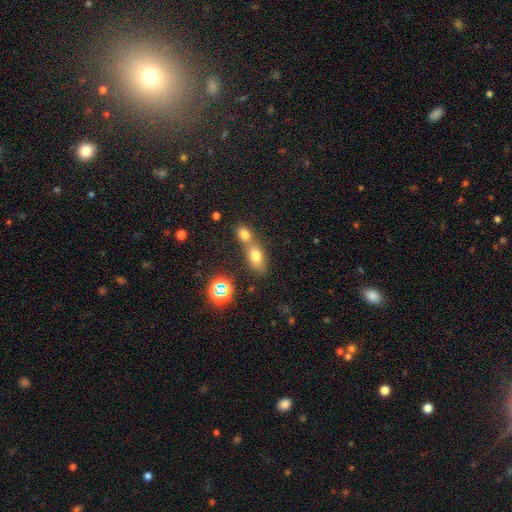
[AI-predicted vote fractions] Smooth or featured? Predicted: smooth (p=0.72). How rounded? Predicted: in between (p=0.77). Merging? Predicted: merger (p=0.52).